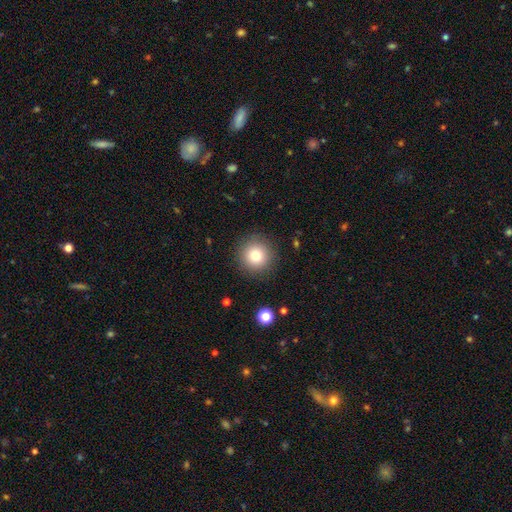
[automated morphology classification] smooth_or_featured: smooth (p=0.79) [alt: star or artifact p=0.12]
how_rounded: round (p=0.96) [alt: in between p=0.03]
merging: none (p=0.90) [alt: minor disturbance p=0.06]